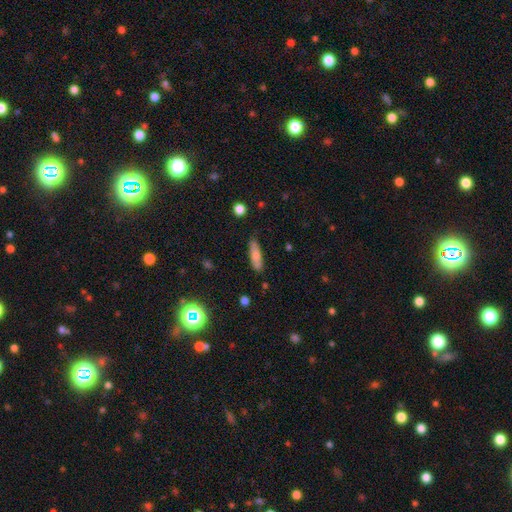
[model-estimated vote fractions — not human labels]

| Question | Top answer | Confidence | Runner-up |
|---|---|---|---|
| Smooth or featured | smooth | 76% | featured or disk (17%) |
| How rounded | cigar-shaped | 62% | in between (36%) |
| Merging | none | 79% | minor disturbance (16%) |